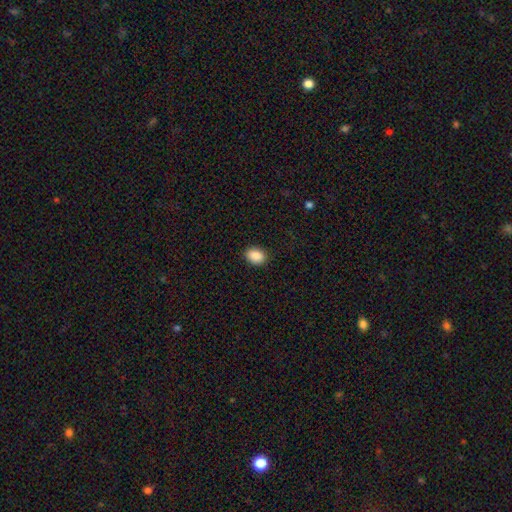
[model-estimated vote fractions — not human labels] A smooth galaxy with no disk features (89%) that is in between round and cigar-shaped (66%).

Vote fractions:
- Smooth or featured? smooth: 89% / star or artifact: 8% / featured or disk: 3%
- How rounded? in between: 66% / round: 33% / cigar-shaped: 1%
- Merging? none: 89% / minor disturbance: 8% / major disturbance: 2% / merger: 1%